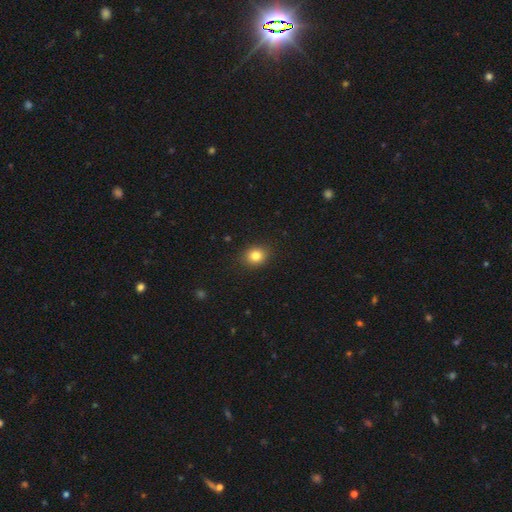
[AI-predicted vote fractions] A smooth galaxy with no disk features (83%) that is round (69%). Merging: none (89%).